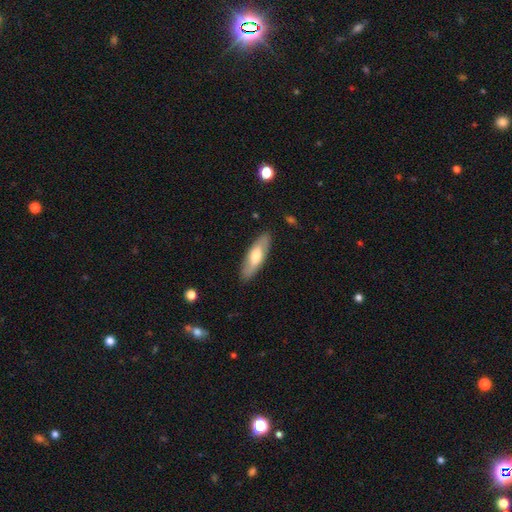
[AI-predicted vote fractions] A smooth galaxy with no disk features (58%) that is in between round and cigar-shaped (57%). Merging: none (87%).